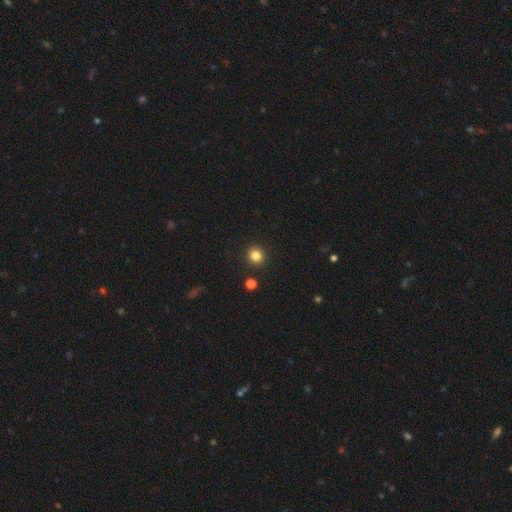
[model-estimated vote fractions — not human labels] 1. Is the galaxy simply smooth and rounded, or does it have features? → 83% smooth, 13% star or artifact, 5% featured or disk.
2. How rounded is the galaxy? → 90% round, 9% in between, 1% cigar-shaped.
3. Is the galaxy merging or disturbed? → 91% none, 5% minor disturbance, 2% merger, 2% major disturbance.